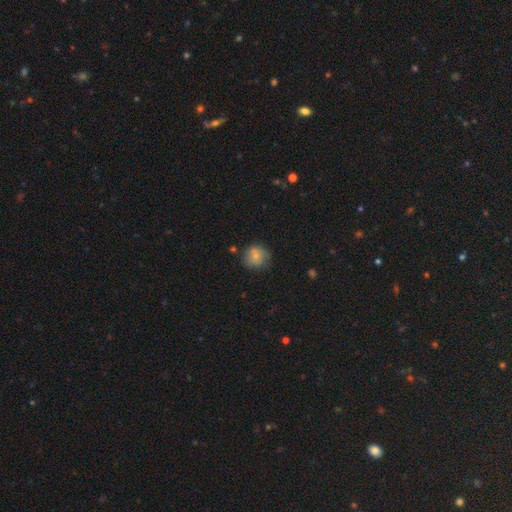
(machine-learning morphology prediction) smooth_or_featured: smooth (p=0.76) [alt: featured or disk p=0.15]
how_rounded: round (p=0.87) [alt: in between p=0.12]
merging: none (p=0.68) [alt: minor disturbance p=0.20]